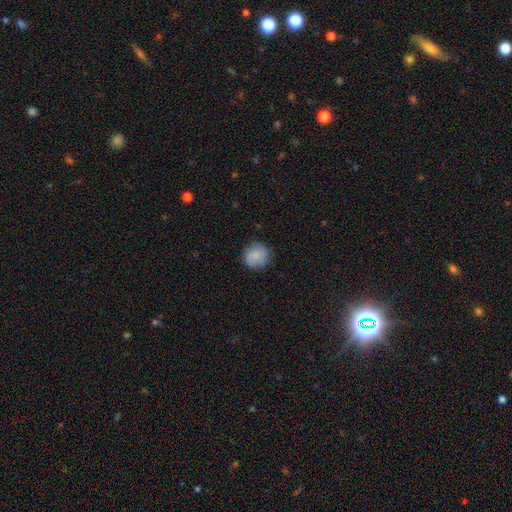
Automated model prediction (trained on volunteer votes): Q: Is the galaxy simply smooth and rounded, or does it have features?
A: smooth — 82%.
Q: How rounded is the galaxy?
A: round — 91%.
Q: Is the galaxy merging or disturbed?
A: none — 82%.